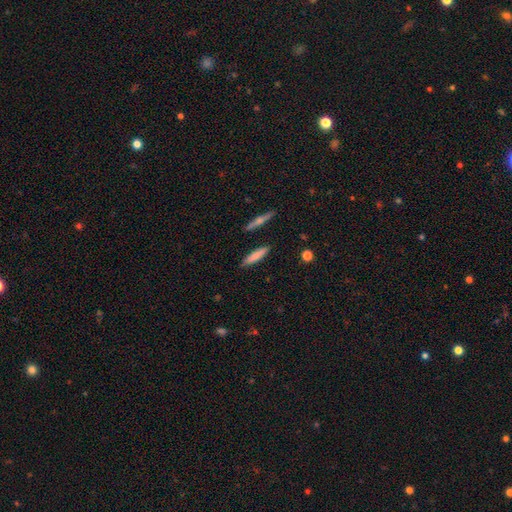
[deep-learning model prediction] Smooth or featured? Predicted: smooth (p=0.76). How rounded? Predicted: cigar-shaped (p=0.82). Merging? Predicted: none (p=0.86).